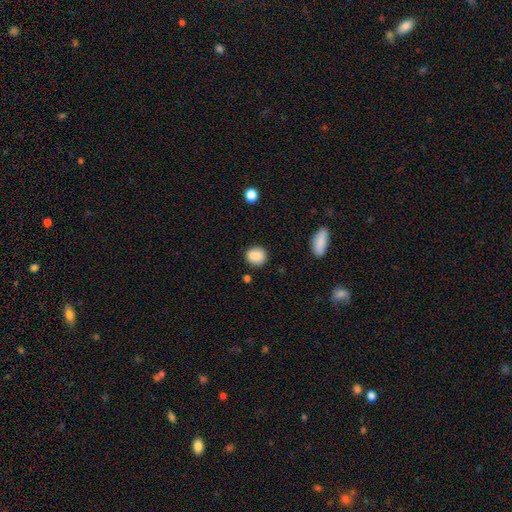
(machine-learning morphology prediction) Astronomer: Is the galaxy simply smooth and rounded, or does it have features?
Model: smooth — 86%.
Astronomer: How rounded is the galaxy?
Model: round — 78%.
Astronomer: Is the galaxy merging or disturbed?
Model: none — 82%.